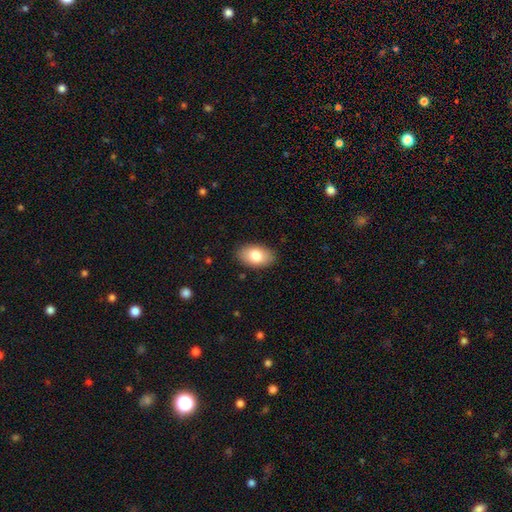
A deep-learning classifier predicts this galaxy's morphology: The model was most divided on "smooth or featured": smooth: 81%, featured or disk: 12%, star or artifact: 7%. More confident: how rounded — in between (92%); merging — none (87%).